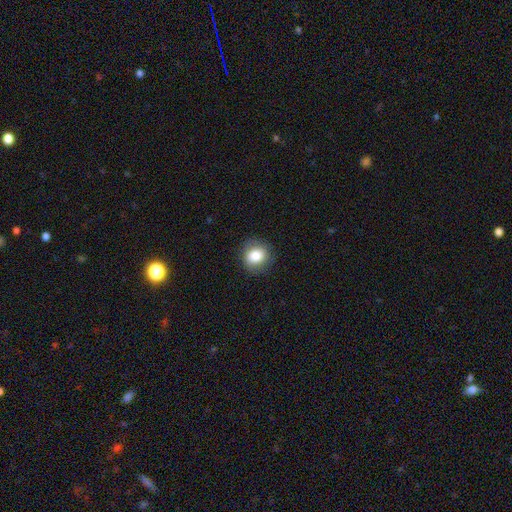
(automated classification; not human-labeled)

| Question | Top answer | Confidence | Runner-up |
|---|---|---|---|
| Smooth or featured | smooth | 81% | featured or disk (9%) |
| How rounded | round | 80% | in between (19%) |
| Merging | none | 84% | minor disturbance (11%) |